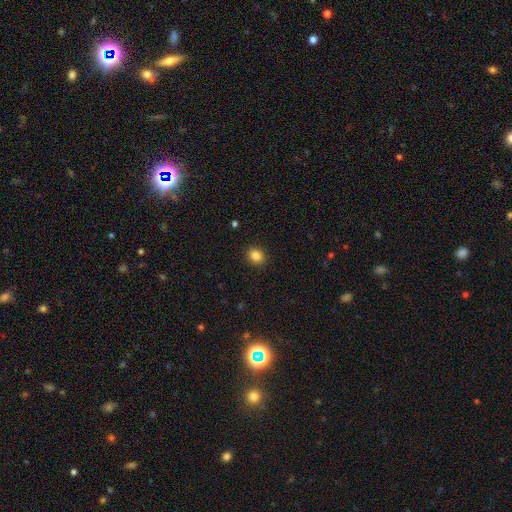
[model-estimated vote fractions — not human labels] Smooth or featured?
  - smooth: 85% *
  - star or artifact: 11%
  - featured or disk: 4%
How rounded?
  - round: 67% *
  - in between: 32%
  - cigar-shaped: 1%
Merging?
  - none: 91% *
  - minor disturbance: 6%
  - major disturbance: 2%
  - merger: 1%